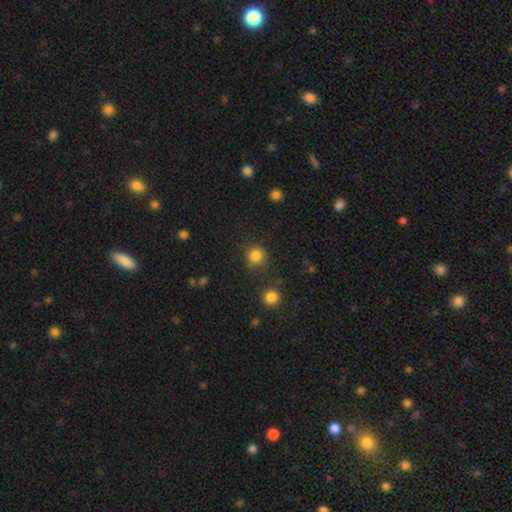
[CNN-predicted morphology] Smooth or featured? smooth (83%)
How rounded? round (91%)
Merging? none (78%)